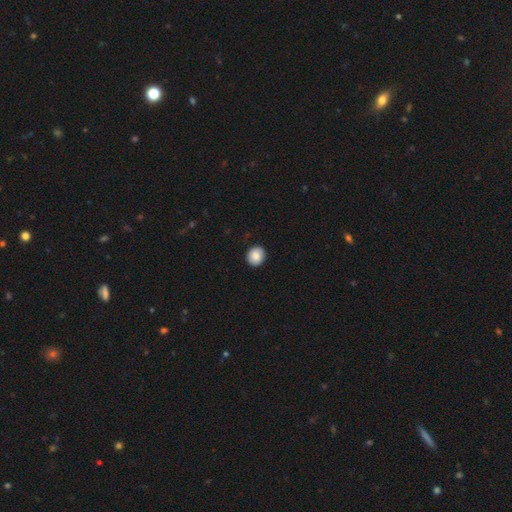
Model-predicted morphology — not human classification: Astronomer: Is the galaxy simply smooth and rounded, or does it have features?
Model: smooth — 86%.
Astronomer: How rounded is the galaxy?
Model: round — 83%.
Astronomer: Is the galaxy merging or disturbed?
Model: none — 91%.